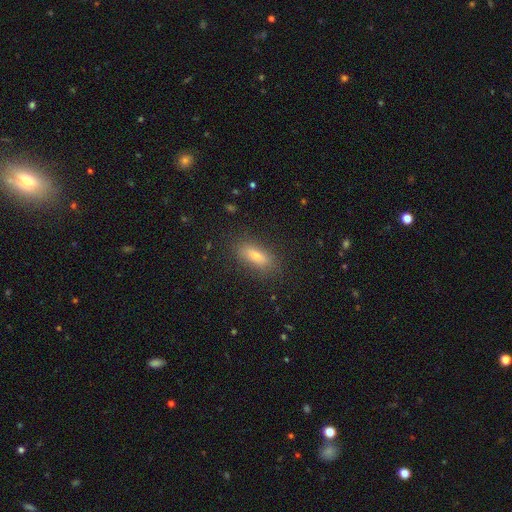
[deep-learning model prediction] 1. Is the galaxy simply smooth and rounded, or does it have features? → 73% smooth, 16% featured or disk, 11% star or artifact.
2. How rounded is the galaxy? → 67% in between, 30% cigar-shaped, 4% round.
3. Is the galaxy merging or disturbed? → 85% none, 10% minor disturbance, 3% major disturbance, 1% merger.